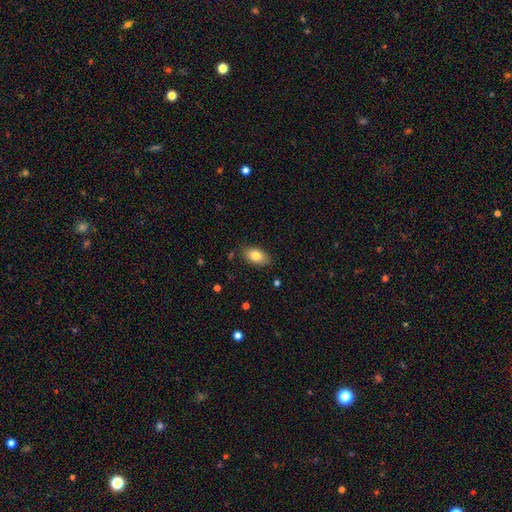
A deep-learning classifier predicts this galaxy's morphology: Overall: smooth (81%). How rounded: in between (91%). Merging: none (83%).